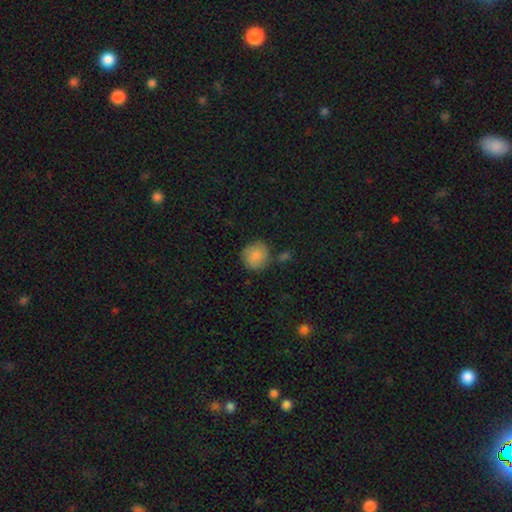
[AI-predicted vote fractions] This appears to be a smooth galaxy with no disk features (85%) that is round (86%). Merging: none (66%).